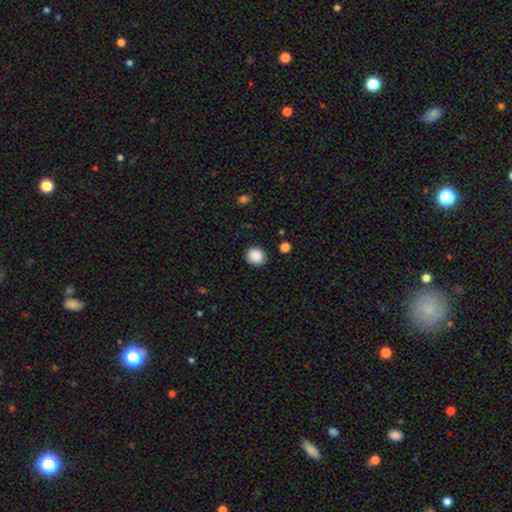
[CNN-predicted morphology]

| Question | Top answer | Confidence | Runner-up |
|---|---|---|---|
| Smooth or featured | smooth | 89% | star or artifact (9%) |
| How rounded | round | 75% | in between (24%) |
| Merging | none | 89% | minor disturbance (7%) |